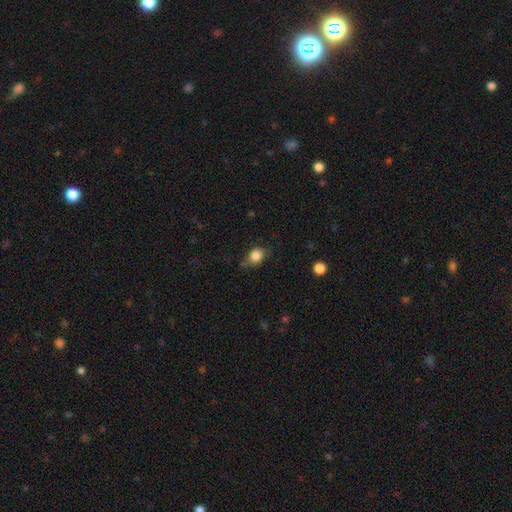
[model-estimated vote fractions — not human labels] The model was most divided on "how rounded": round: 50%, in between: 48%, cigar-shaped: 2%. More confident: smooth or featured — smooth (82%); merging — none (60%).